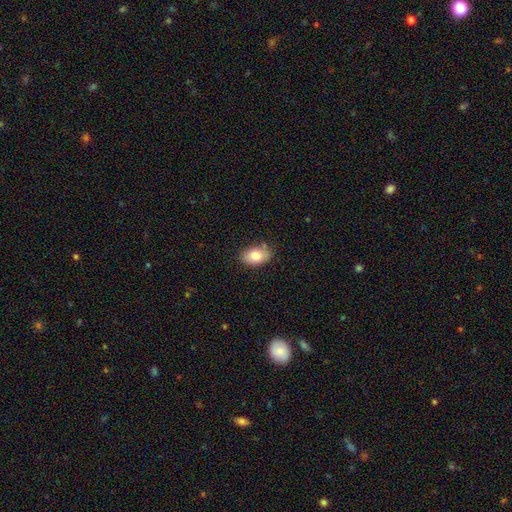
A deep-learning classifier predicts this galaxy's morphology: Smooth or featured? Predicted: smooth (p=0.79). How rounded? Predicted: in between (p=0.88). Merging? Predicted: none (p=0.79).